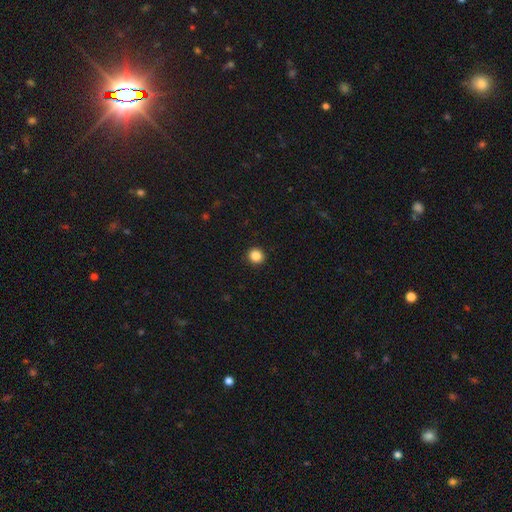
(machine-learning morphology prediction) smooth-or-featured: smooth: 86% | star or artifact: 11% | featured or disk: 3%
  how-rounded: round: 91% | in between: 8% | cigar-shaped: 1%
  merging: none: 93% | minor disturbance: 5% | major disturbance: 2% | merger: 1%